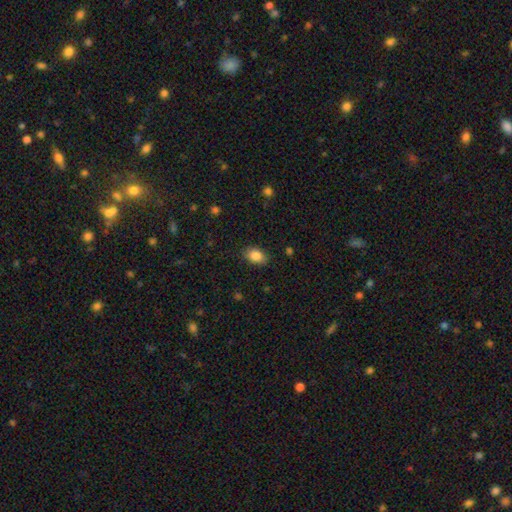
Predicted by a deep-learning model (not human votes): This appears to be a smooth galaxy with no disk features (86%) that is in between round and cigar-shaped (82%). Merging: none (85%).